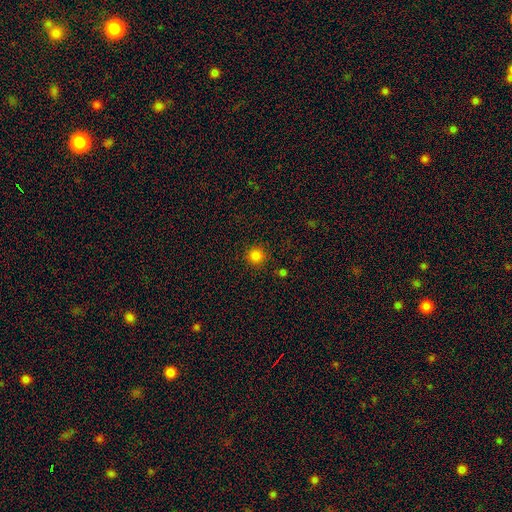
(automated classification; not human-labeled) smooth 84%, star or artifact 13%, featured or disk 3%. Down the decision tree: how rounded — round (95%); merging — none (90%).